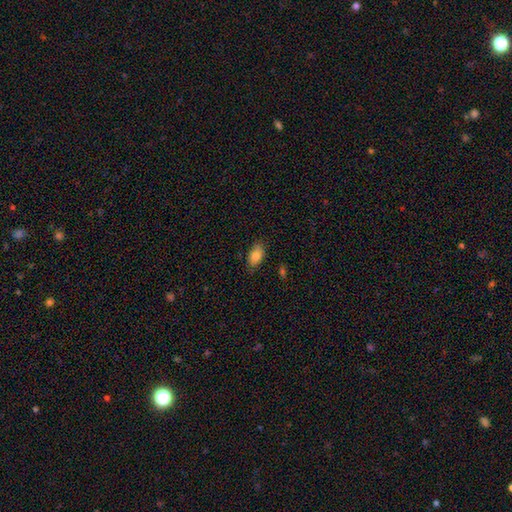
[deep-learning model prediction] Overall: smooth (82%). How rounded: in between (91%). Merging: none (80%).